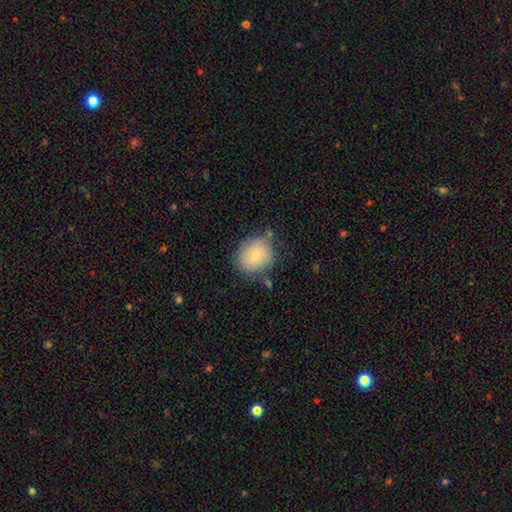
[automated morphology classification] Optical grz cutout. It shows a smooth galaxy with no disk features (77%) that is round (71%). Merging: none (72%).